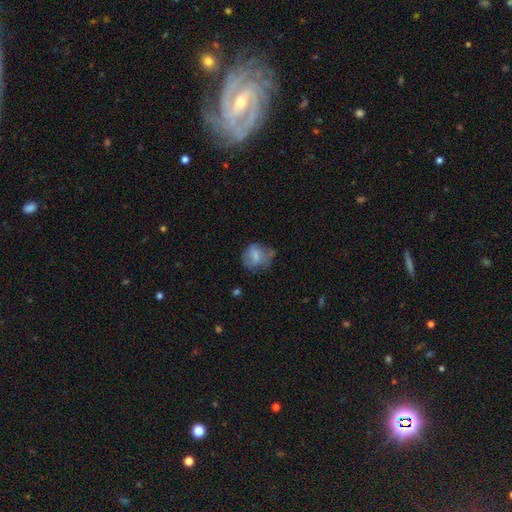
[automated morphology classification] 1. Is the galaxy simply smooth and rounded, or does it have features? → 61% smooth, 29% featured or disk, 10% star or artifact.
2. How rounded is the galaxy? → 63% round, 36% in between, 1% cigar-shaped.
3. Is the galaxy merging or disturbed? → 50% none, 28% minor disturbance, 18% major disturbance, 3% merger.